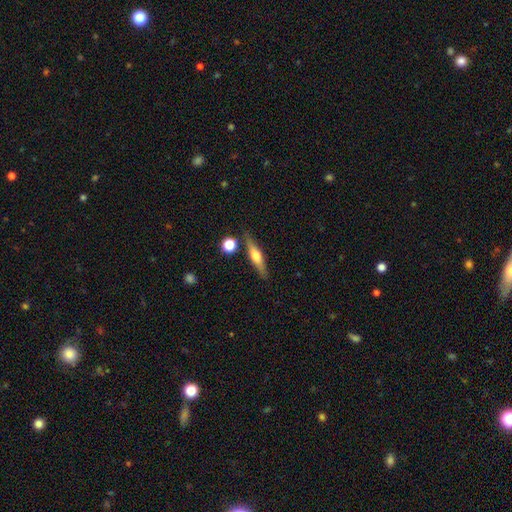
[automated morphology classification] This is possibly a featured or disk galaxy (53%). It is clearly viewed edge-on (94%). Merging: clearly none (81%).